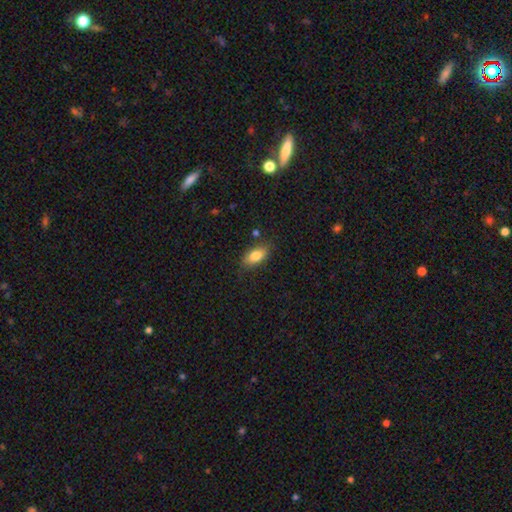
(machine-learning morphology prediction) Smooth or featured: smooth — 80% (featured or disk — 13%)
How rounded: in between — 88% (cigar-shaped — 8%)
Merging: none — 79% (minor disturbance — 15%)